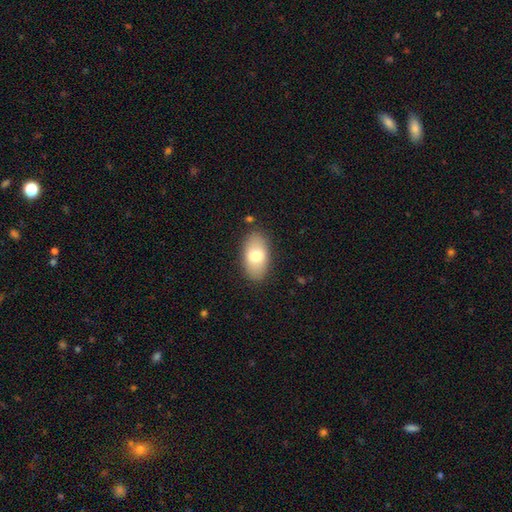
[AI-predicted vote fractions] Smooth or featured?
  - smooth: 73% *
  - featured or disk: 21%
  - star or artifact: 7%
How rounded?
  - in between: 93% *
  - round: 5%
  - cigar-shaped: 2%
Merging?
  - none: 85% *
  - minor disturbance: 11%
  - major disturbance: 3%
  - merger: 2%